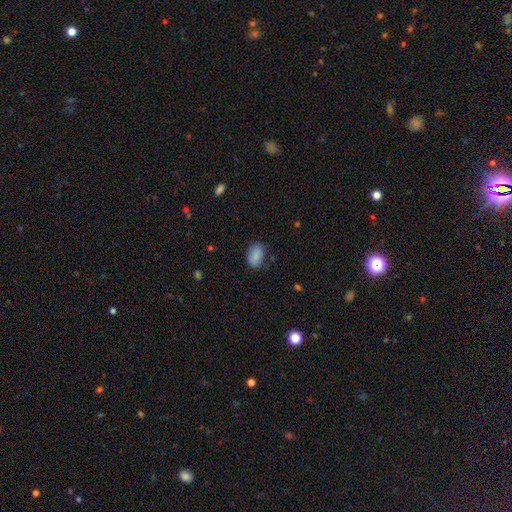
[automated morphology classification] Overall: smooth (87%). How rounded: in between (88%). Merging: none (77%).